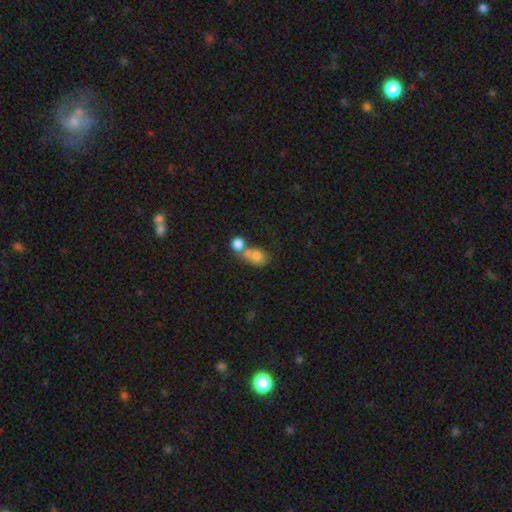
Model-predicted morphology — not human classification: type=smooth (74%); roundness=in between (64%); merging=merger (57%).